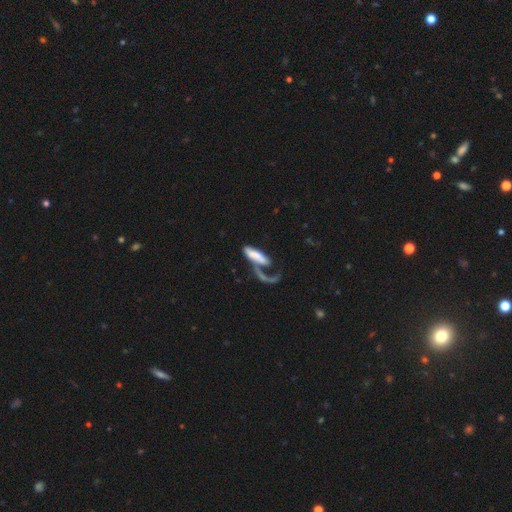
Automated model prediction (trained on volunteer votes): Smooth or featured? Predicted: smooth (p=0.52). How rounded? Predicted: in between (p=0.50). Merging? Predicted: major disturbance (p=0.48).